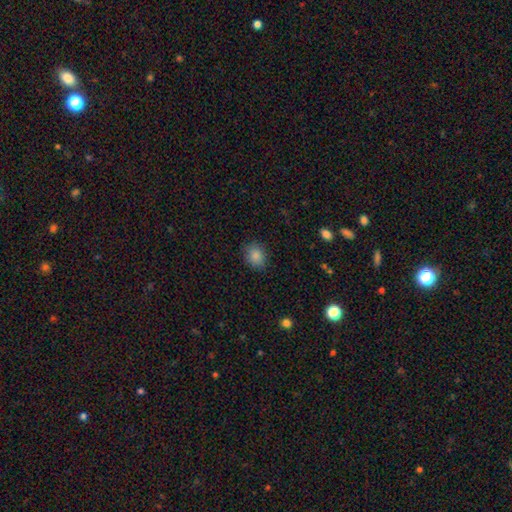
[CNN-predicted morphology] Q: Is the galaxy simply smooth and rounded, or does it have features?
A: smooth — 85%.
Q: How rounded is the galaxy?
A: in between — 50%.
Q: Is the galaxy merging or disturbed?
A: none — 84%.